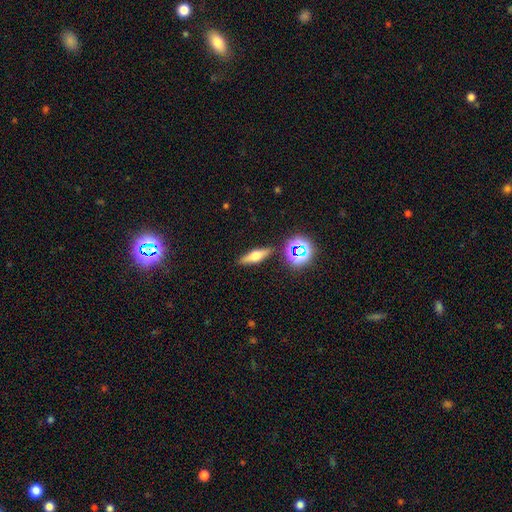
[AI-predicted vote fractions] Smooth or featured? featured or disk (48%)
Merging? none (87%)